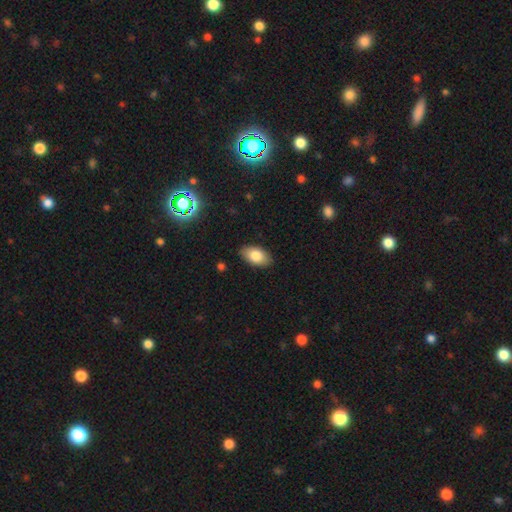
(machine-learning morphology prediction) This is clearly a smooth galaxy (82%). How rounded: clearly in between (94%). Merging: clearly none (87%).